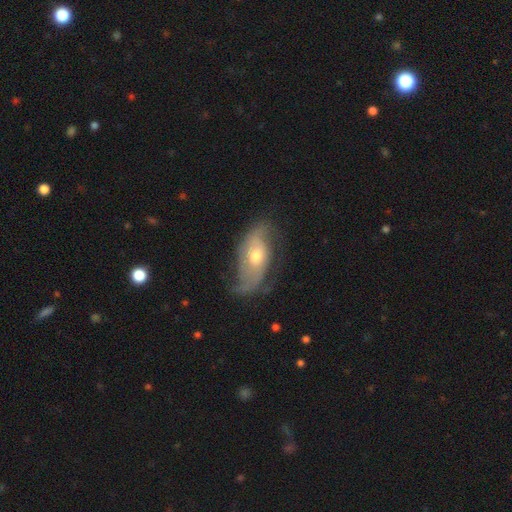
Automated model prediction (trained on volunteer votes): A featured or disk galaxy (73%) with no bar (67%), 2 (71%) loose (43%) spiral arms (87%) and a moderate central bulge (67%). Merging: none (55%).